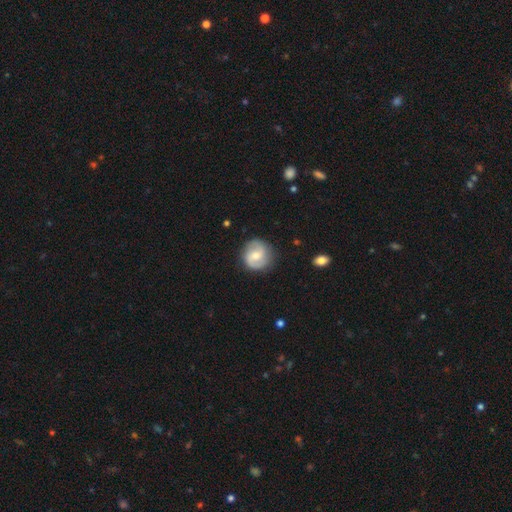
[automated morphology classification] featured or disk 66%, smooth 28%, star or artifact 6%. Down the decision tree: edge-on disk — no (98%); bar — no (45%); spiral arms — yes (90%); spiral arm count — 2 (88%); spiral winding — medium (45%); bulge size — moderate (55%); merging — none (84%).